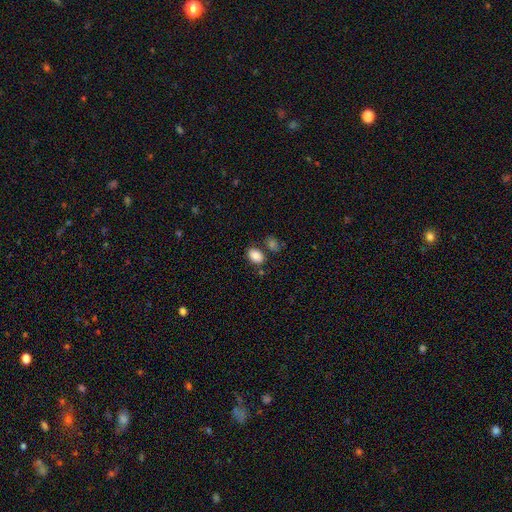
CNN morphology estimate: This is clearly a smooth galaxy (86%). How rounded: clearly in between (82%). Merging: likely none (72%).